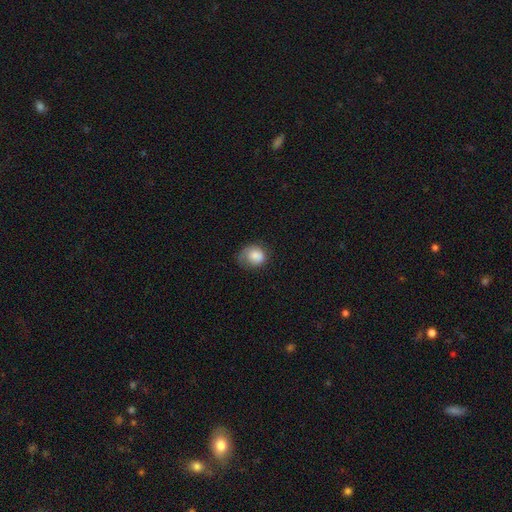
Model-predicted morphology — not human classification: This appears to be a smooth galaxy with no disk features (79%) that is round (66%). Merging: none (46%).